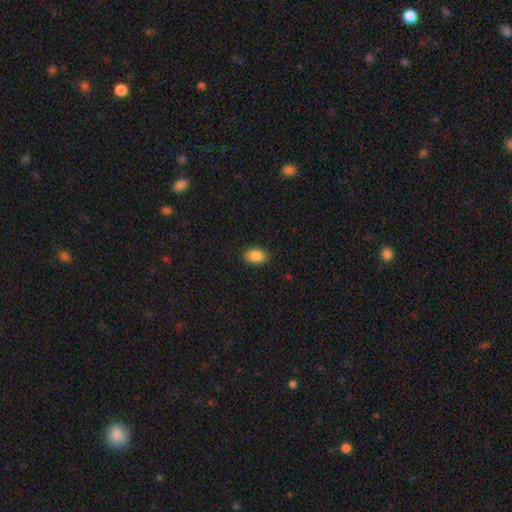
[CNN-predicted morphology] Smooth or featured?
  - smooth: 87% *
  - star or artifact: 7%
  - featured or disk: 5%
How rounded?
  - in between: 90% *
  - round: 8%
  - cigar-shaped: 2%
Merging?
  - none: 86% *
  - minor disturbance: 11%
  - major disturbance: 2%
  - merger: 1%